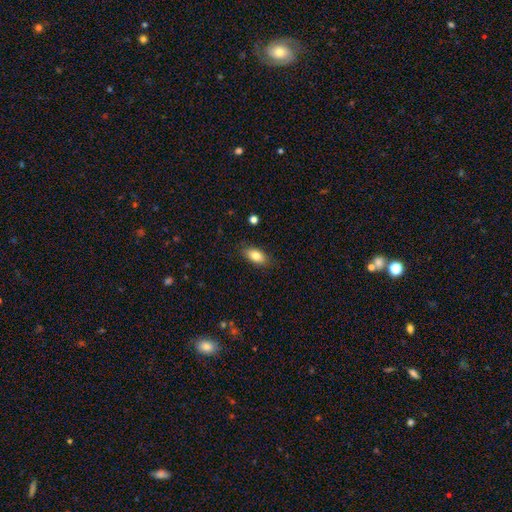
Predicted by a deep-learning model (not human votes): smooth-or-featured: smooth: 82% | featured or disk: 11% | star or artifact: 8%
  how-rounded: in between: 89% | round: 6% | cigar-shaped: 6%
  merging: none: 85% | minor disturbance: 11% | major disturbance: 2% | merger: 1%